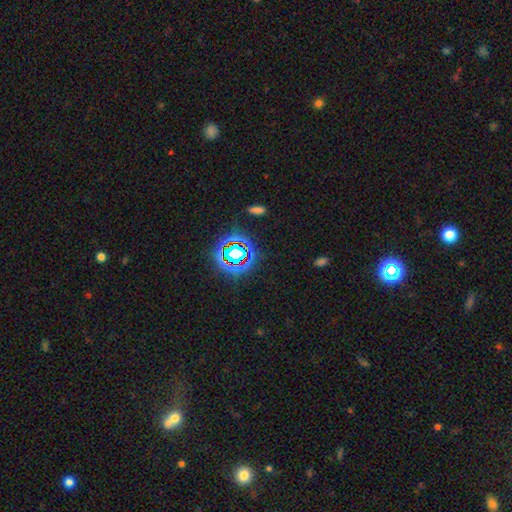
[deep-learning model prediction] This appears to be a star or artifact, not a galaxy (70%).